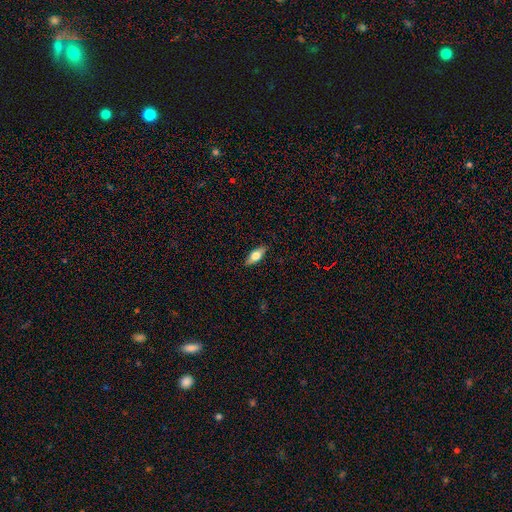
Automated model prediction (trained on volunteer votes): smooth-or-featured: smooth: 64% | featured or disk: 30% | star or artifact: 6%
  how-rounded: in between: 74% | cigar-shaped: 23% | round: 3%
  merging: none: 87% | minor disturbance: 10% | major disturbance: 2% | merger: 1%